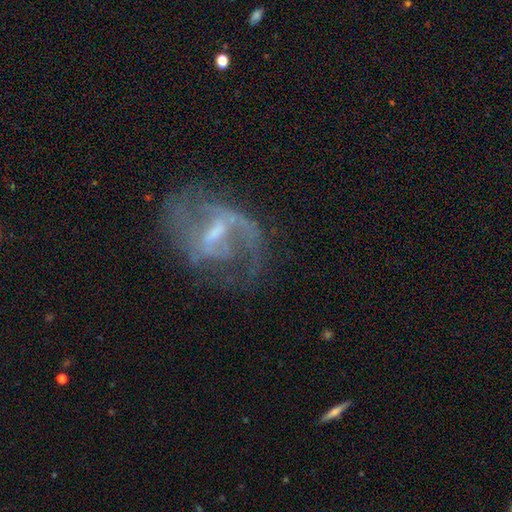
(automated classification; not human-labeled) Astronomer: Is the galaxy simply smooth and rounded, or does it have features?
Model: featured or disk — 81%.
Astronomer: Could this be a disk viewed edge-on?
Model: no — 96%.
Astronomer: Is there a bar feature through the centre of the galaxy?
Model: weak — 49% (runner-up: strong, 36%).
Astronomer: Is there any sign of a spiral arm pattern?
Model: yes — 88%.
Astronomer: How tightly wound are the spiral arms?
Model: medium — 43% (runner-up: loose, 42%).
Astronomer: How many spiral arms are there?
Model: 2 — 65%.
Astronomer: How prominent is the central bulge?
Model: small — 53% (runner-up: moderate, 30%).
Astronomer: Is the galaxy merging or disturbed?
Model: none — 59%.